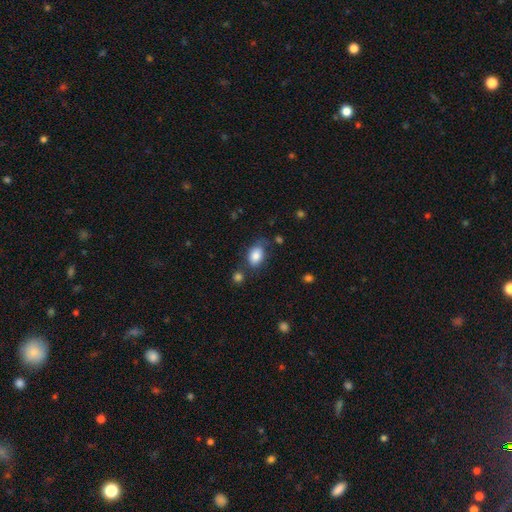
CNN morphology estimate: A smooth galaxy with no disk features (84%) that is in between round and cigar-shaped (86%). Merging: none (61%).